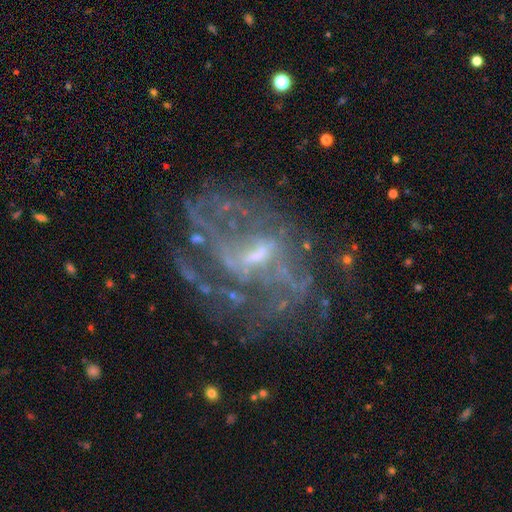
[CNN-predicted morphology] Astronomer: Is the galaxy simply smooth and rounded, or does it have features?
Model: featured or disk — 82%.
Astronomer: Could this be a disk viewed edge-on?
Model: no — 97%.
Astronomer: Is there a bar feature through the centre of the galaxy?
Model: weak — 52%.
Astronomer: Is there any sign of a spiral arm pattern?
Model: yes — 76%.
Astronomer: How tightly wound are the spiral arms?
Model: medium — 41% (runner-up: loose, 38%).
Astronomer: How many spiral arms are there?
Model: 2 — 36%, tied with can't tell at 36%.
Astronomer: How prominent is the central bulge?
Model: small — 50% (runner-up: moderate, 30%).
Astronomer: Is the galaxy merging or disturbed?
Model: none — 49% (runner-up: major disturbance, 29%).